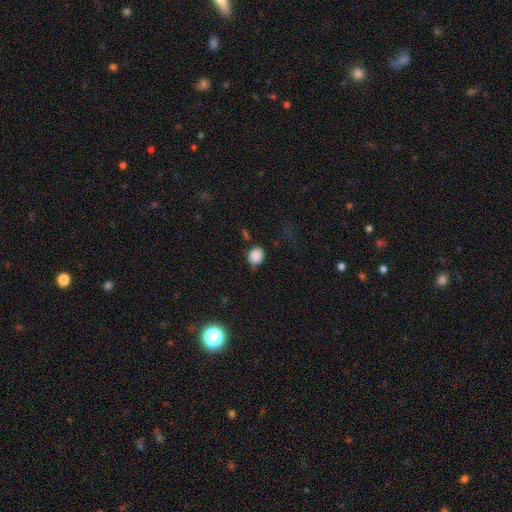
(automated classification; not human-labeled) Q: Smooth or featured?
A: smooth (86%); runner-up: star or artifact (10%)
Q: How rounded?
A: round (71%); runner-up: in between (28%)
Q: Merging?
A: none (71%); runner-up: minor disturbance (19%)